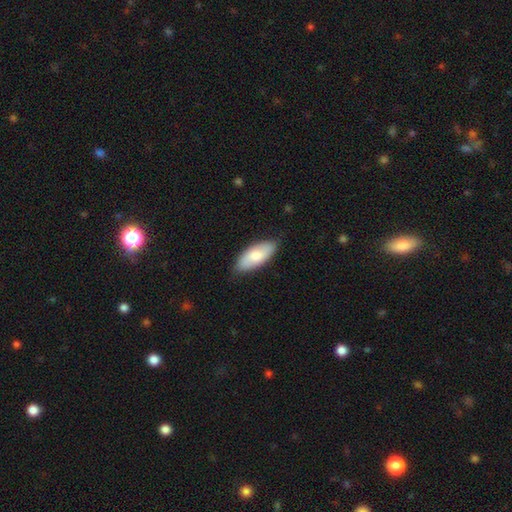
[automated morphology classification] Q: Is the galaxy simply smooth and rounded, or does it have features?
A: smooth — 75%.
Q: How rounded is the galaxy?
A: in between — 87%.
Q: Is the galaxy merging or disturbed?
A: none — 81%.